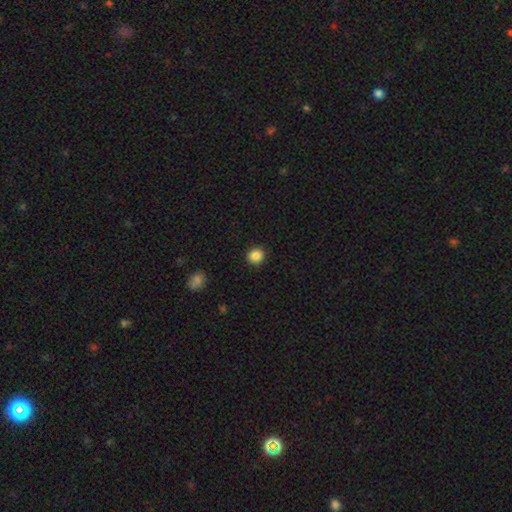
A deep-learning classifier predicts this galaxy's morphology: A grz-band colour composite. It shows a smooth galaxy with no disk features (86%) that is round (90%). Merging: none (92%).